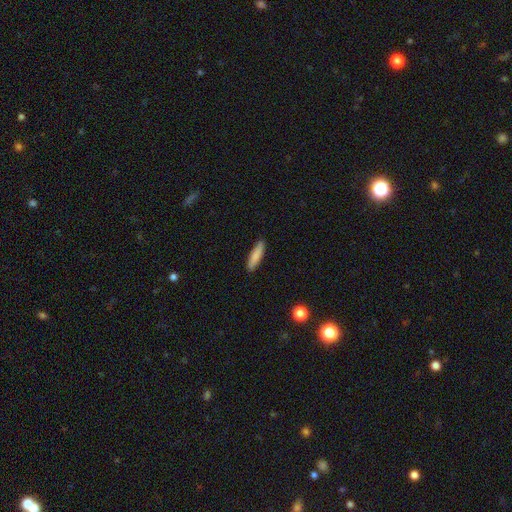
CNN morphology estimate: smooth-or-featured: smooth: 84% | featured or disk: 10% | star or artifact: 6%
  how-rounded: cigar-shaped: 78% | in between: 20% | round: 1%
  merging: none: 89% | minor disturbance: 8% | major disturbance: 2% | merger: 1%